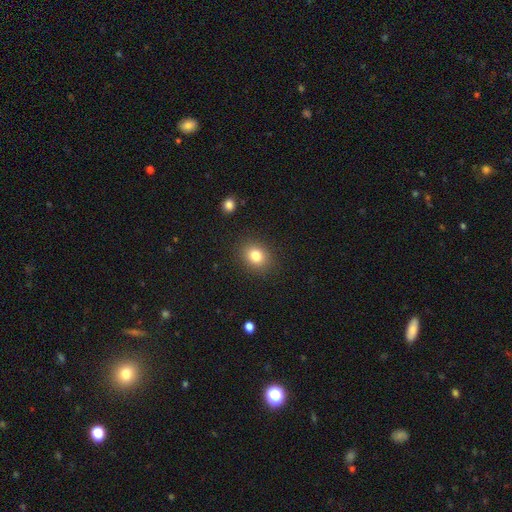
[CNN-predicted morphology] smooth_or_featured: smooth (p=0.82) [alt: star or artifact p=0.11]
how_rounded: round (p=0.56) [alt: in between p=0.43]
merging: none (p=0.88) [alt: minor disturbance p=0.08]